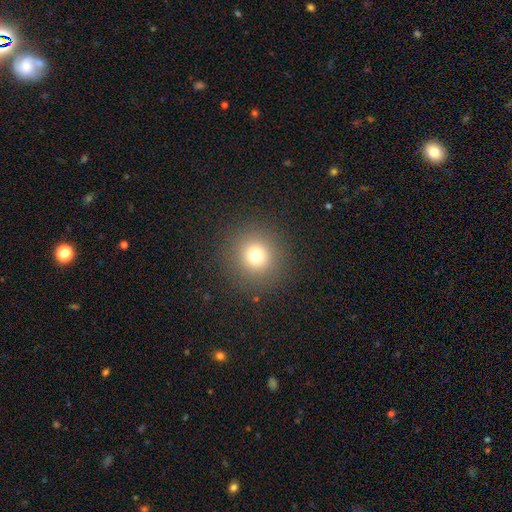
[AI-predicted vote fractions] smooth-or-featured: smooth: 74% | star or artifact: 17% | featured or disk: 9%
  how-rounded: round: 94% | in between: 5% | cigar-shaped: 1%
  merging: none: 90% | minor disturbance: 6% | major disturbance: 3% | merger: 1%